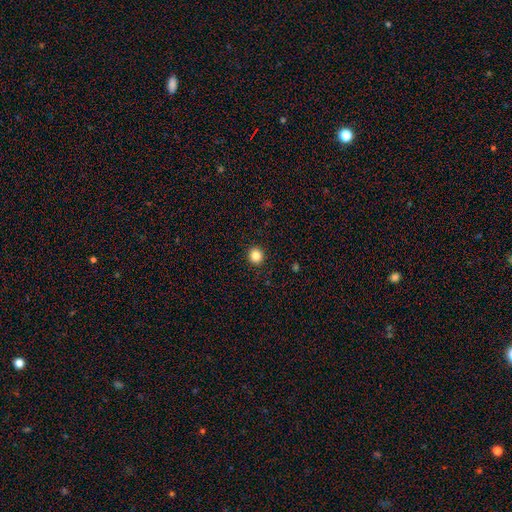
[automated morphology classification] This is clearly a smooth galaxy (84%). How rounded: clearly round (92%). Merging: clearly none (93%).